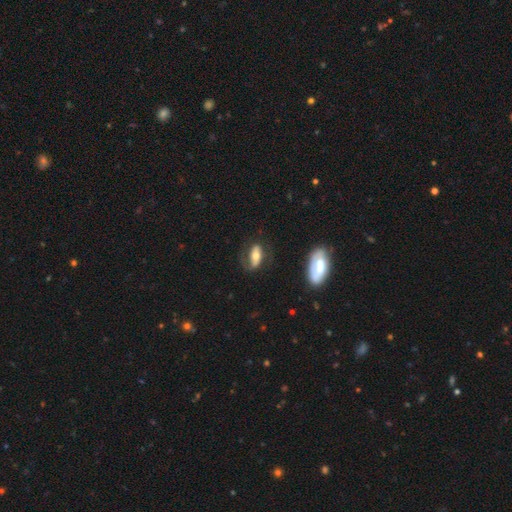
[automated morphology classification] smooth-or-featured: featured or disk: 51% | smooth: 42% | star or artifact: 7%
  disk-edge-on: no: 83% | yes: 17%
  merging: none: 59% | minor disturbance: 22% | major disturbance: 16% | merger: 3%